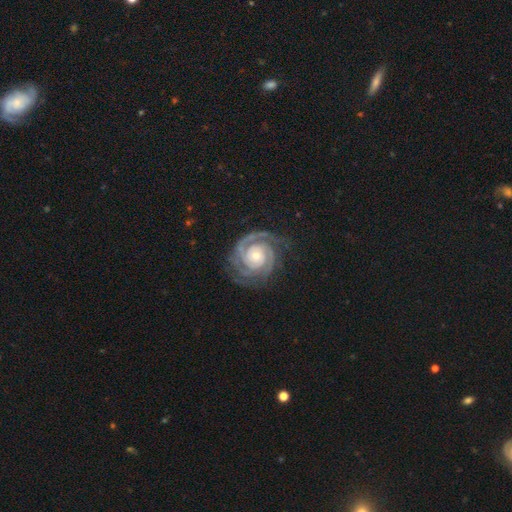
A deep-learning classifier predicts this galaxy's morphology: featured or disk 92%, star or artifact 4%, smooth 3%. Down the decision tree: edge-on disk — no (98%); bar — no (75%); spiral arms — yes (99%); spiral arm count — 2 (52%); spiral winding — tight (79%); bulge size — small (56%); merging — none (79%).